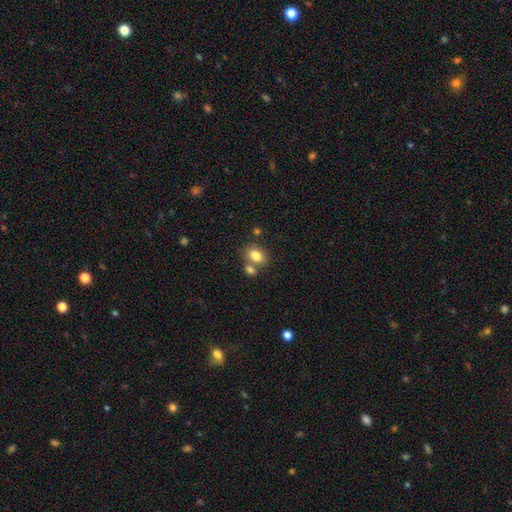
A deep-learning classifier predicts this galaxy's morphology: Smooth or featured? Predicted: smooth (p=0.81). How rounded? Predicted: in between (p=0.68). Merging? Predicted: none (p=0.57).